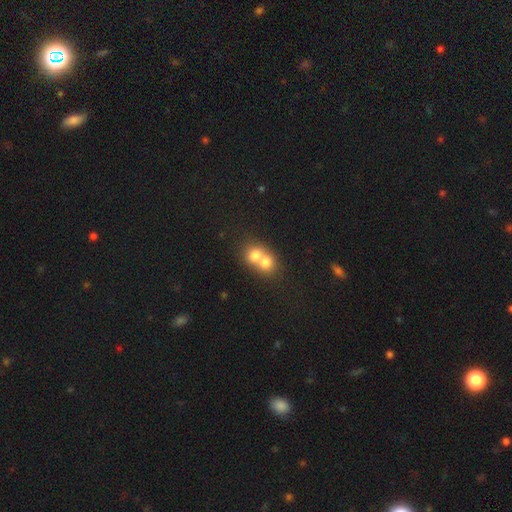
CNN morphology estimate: The model was most divided on "how rounded": round: 71%, in between: 28%, cigar-shaped: 1%. More confident: smooth or featured — smooth (73%); merging — merger (73%).